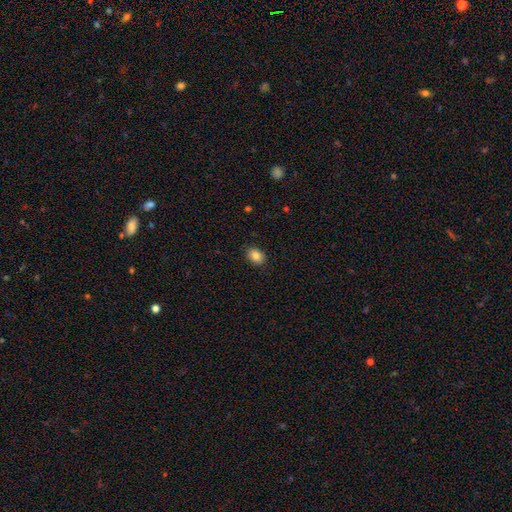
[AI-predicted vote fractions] Smooth or featured? smooth (85%)
How rounded? in between (71%)
Merging? none (88%)